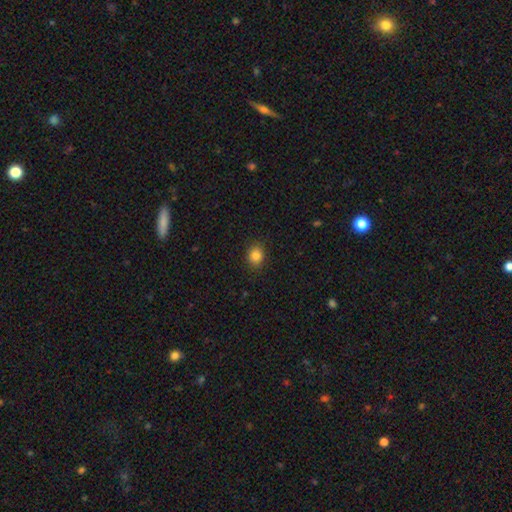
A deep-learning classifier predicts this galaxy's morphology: smooth_or_featured: smooth (p=0.84) [alt: star or artifact p=0.11]
how_rounded: round (p=0.63) [alt: in between p=0.36]
merging: none (p=0.89) [alt: minor disturbance p=0.08]